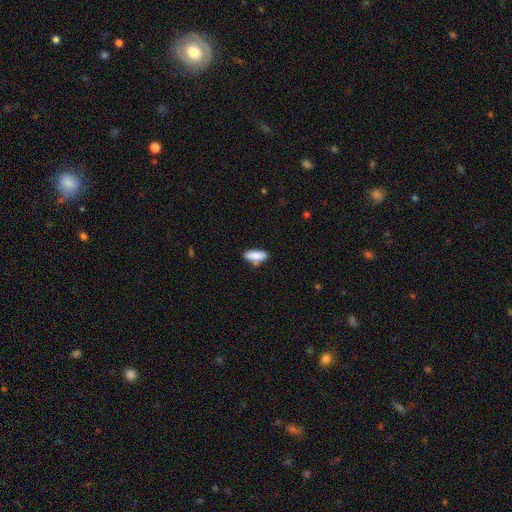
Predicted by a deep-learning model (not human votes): Smooth or featured? smooth (84%)
How rounded? in between (63%)
Merging? none (69%)